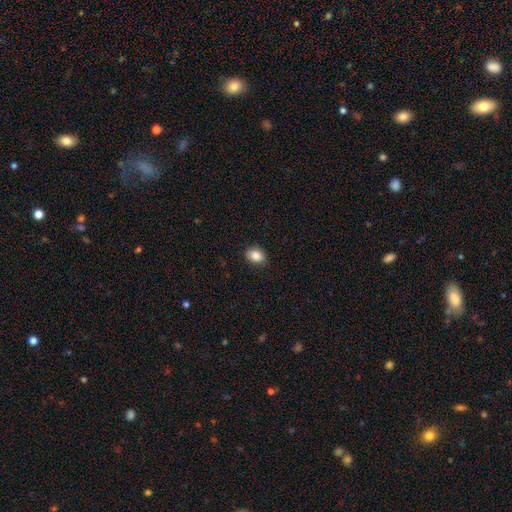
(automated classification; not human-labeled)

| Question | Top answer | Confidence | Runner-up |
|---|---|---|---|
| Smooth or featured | smooth | 88% | star or artifact (8%) |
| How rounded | in between | 69% | round (30%) |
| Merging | none | 89% | minor disturbance (8%) |